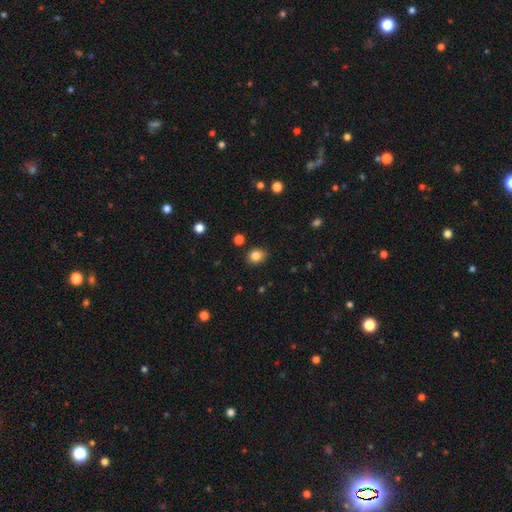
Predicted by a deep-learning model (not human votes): A smooth galaxy with no disk features (84%) that is round (55%). Merging: none (86%).